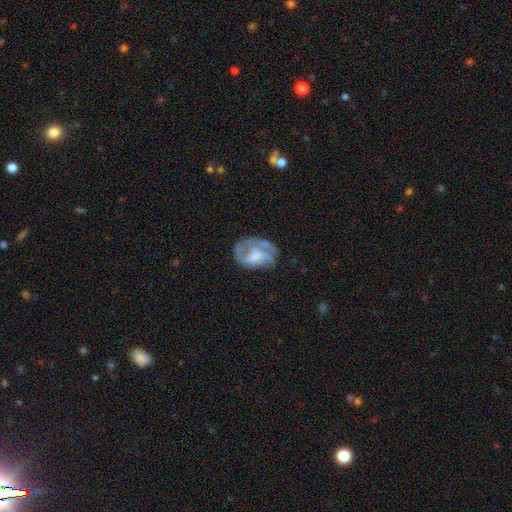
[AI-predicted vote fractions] Smooth or featured? featured or disk (65%)
Edge-on disk? no (98%)
Bar? no (58%)
Spiral arms? yes (71%)
Bulge size? none (36%)
Merging? none (47%)